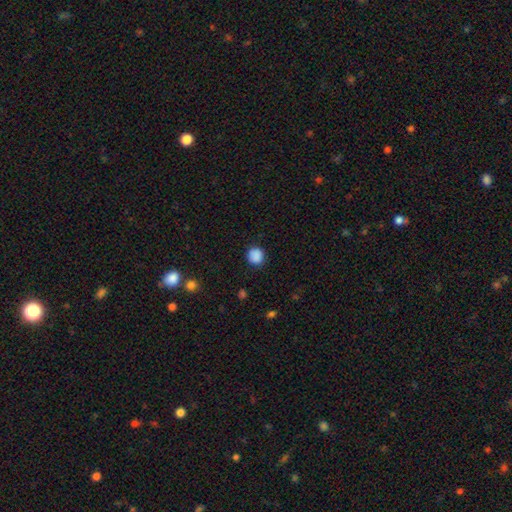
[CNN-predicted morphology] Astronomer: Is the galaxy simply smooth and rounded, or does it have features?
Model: smooth — 87%.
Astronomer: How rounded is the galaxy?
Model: round — 87%.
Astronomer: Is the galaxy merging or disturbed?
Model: none — 85%.